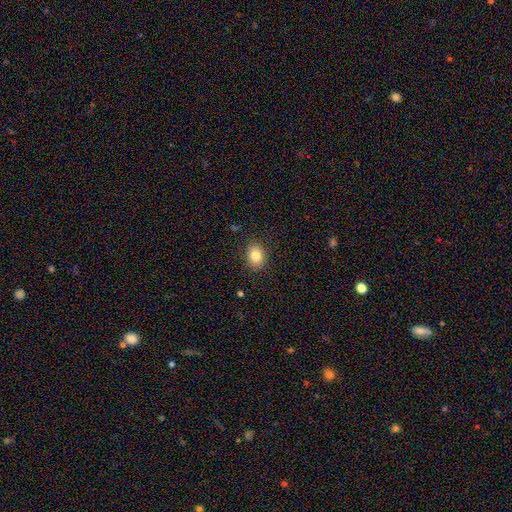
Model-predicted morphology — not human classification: smooth_or_featured: smooth (p=0.83) [alt: star or artifact p=0.10]
how_rounded: in between (p=0.56) [alt: round p=0.43]
merging: none (p=0.88) [alt: minor disturbance p=0.09]